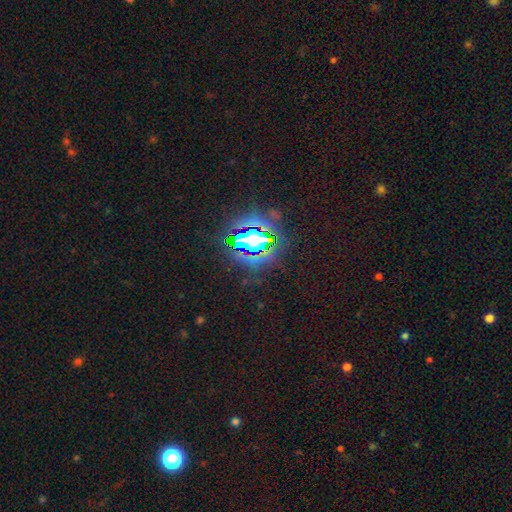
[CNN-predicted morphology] Q: Smooth or featured?
A: star or artifact (74%); runner-up: smooth (15%)